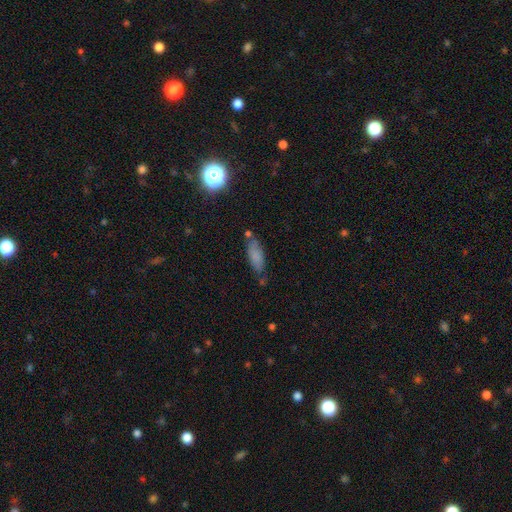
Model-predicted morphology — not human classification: Smooth or featured: smooth — 79% (featured or disk — 11%)
How rounded: in between — 64% (cigar-shaped — 34%)
Merging: none — 63% (minor disturbance — 22%)